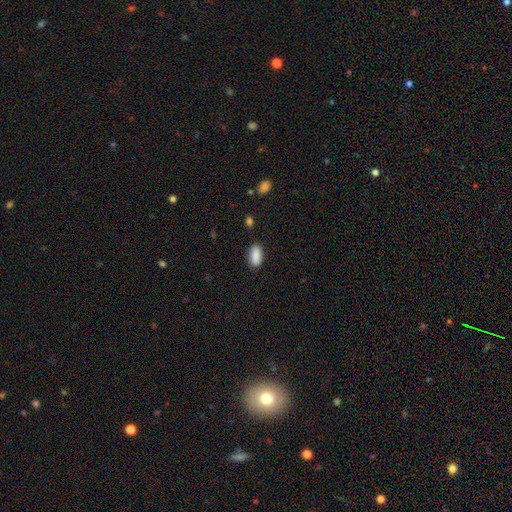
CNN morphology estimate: type=smooth (87%); roundness=in between (90%); merging=none (85%).